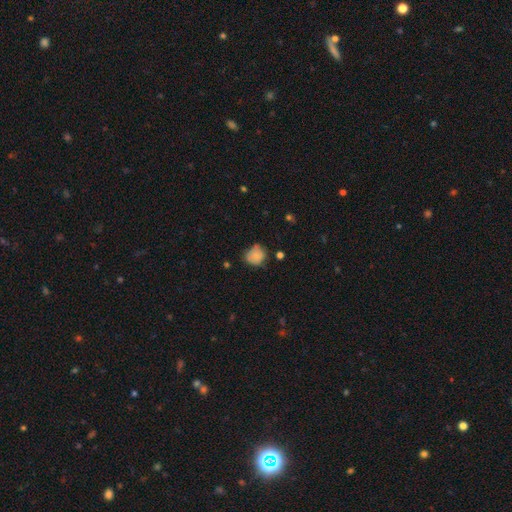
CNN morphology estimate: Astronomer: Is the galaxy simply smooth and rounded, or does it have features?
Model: smooth — 78%.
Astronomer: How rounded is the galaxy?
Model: round — 72%.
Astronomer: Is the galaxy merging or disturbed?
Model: none — 53% (runner-up: minor disturbance, 35%).